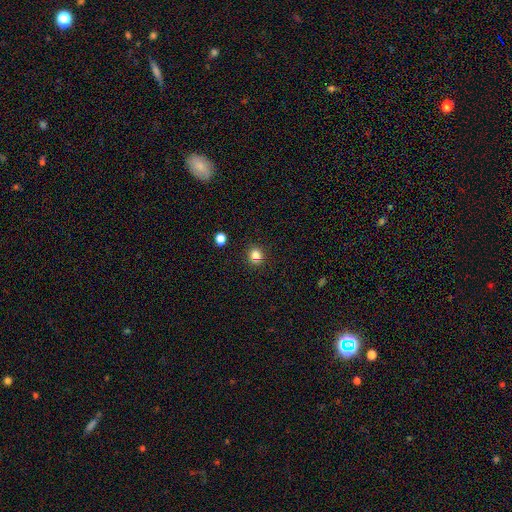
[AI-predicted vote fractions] Q: Smooth or featured?
A: smooth (80%); runner-up: star or artifact (15%)
Q: How rounded?
A: round (84%); runner-up: in between (15%)
Q: Merging?
A: none (86%); runner-up: minor disturbance (8%)